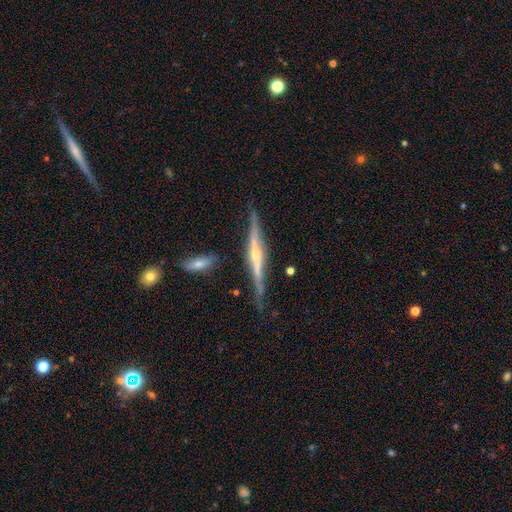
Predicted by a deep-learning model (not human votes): Q: Smooth or featured?
A: featured or disk (82%); runner-up: smooth (12%)
Q: Edge-on disk?
A: yes (97%); runner-up: no (3%)
Q: Edge-on bulge?
A: rounded (72%); runner-up: none (16%)
Q: Merging?
A: none (77%); runner-up: minor disturbance (16%)